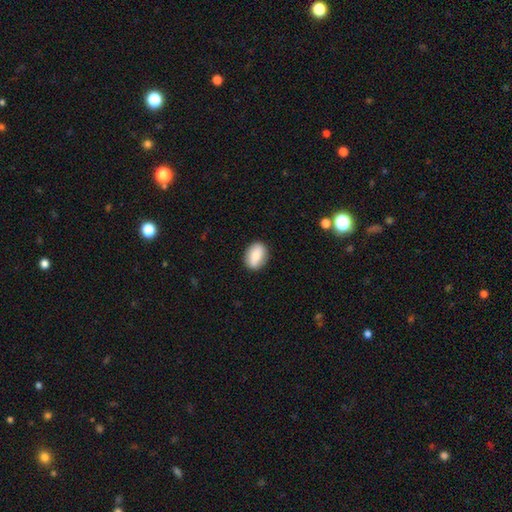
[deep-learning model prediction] smooth-or-featured: smooth: 75% | featured or disk: 18% | star or artifact: 7%
  how-rounded: in between: 73% | round: 26% | cigar-shaped: 2%
  merging: none: 87% | minor disturbance: 10% | major disturbance: 2% | merger: 1%